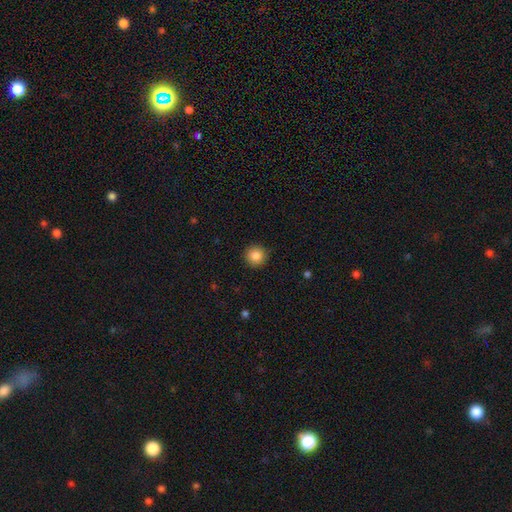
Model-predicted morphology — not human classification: Overall: smooth (85%). How rounded: round (95%). Merging: none (90%).